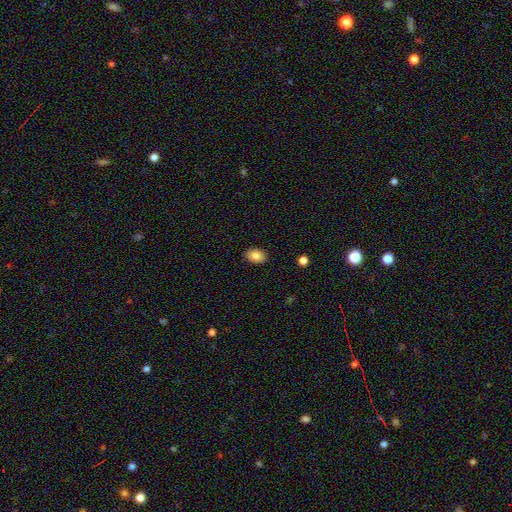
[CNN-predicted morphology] smooth_or_featured: smooth (p=0.84) [alt: featured or disk p=0.08]
how_rounded: in between (p=0.83) [alt: round p=0.16]
merging: none (p=0.88) [alt: minor disturbance p=0.09]